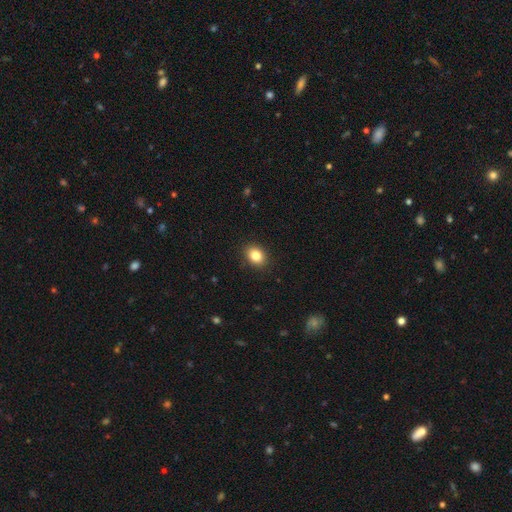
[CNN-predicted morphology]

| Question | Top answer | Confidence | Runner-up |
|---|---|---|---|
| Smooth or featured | smooth | 85% | star or artifact (9%) |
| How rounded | in between | 62% | round (38%) |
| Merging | none | 89% | minor disturbance (8%) |